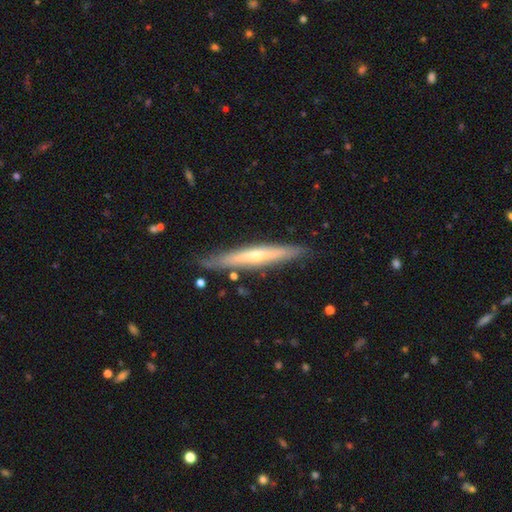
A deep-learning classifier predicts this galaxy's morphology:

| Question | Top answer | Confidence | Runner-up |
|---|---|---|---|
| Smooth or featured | featured or disk | 60% | smooth (35%) |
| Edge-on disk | yes | 93% | no (7%) |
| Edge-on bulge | rounded | 54% | none (40%) |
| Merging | none | 85% | minor disturbance (11%) |